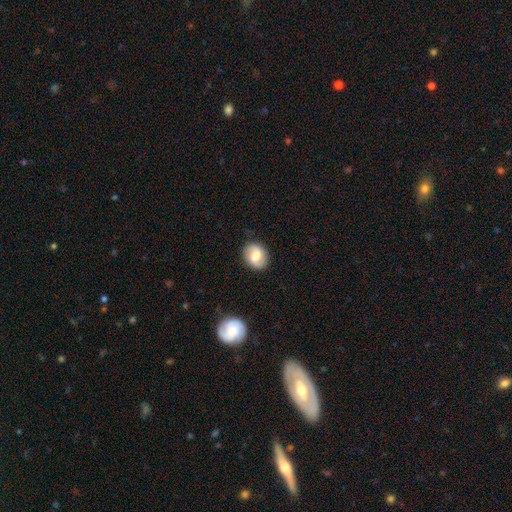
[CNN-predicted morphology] Q: Smooth or featured?
A: smooth (52%); runner-up: featured or disk (41%)
Q: How rounded?
A: in between (56%); runner-up: round (43%)
Q: Merging?
A: none (85%); runner-up: minor disturbance (11%)